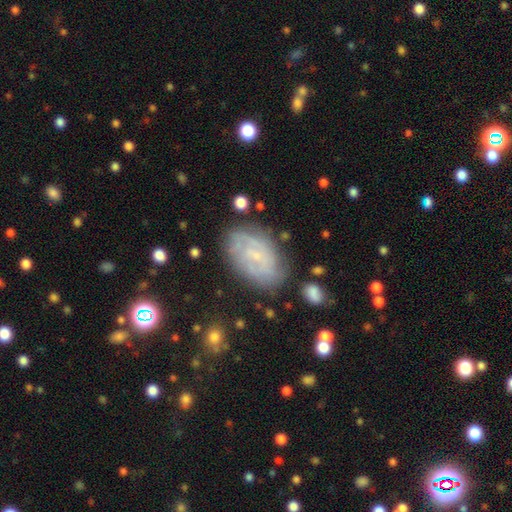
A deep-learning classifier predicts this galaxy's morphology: This appears to be a featured or disk galaxy (61%) with no bar (51%), spiral arms (77%) and a small central bulge (68%). Merging: none (73%).